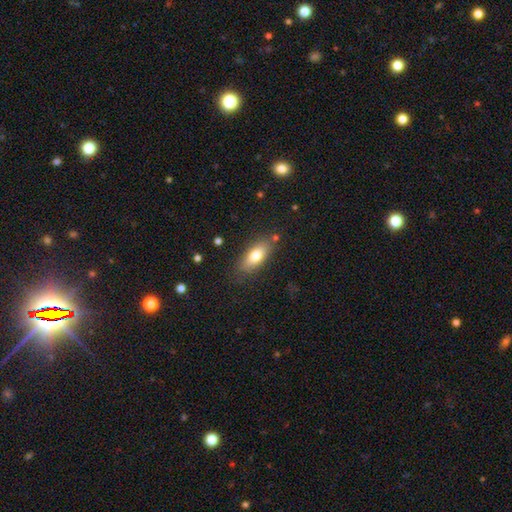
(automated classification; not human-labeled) smooth-or-featured: smooth: 76% | featured or disk: 17% | star or artifact: 7%
  how-rounded: in between: 79% | cigar-shaped: 18% | round: 3%
  merging: none: 80% | minor disturbance: 14% | major disturbance: 4% | merger: 3%